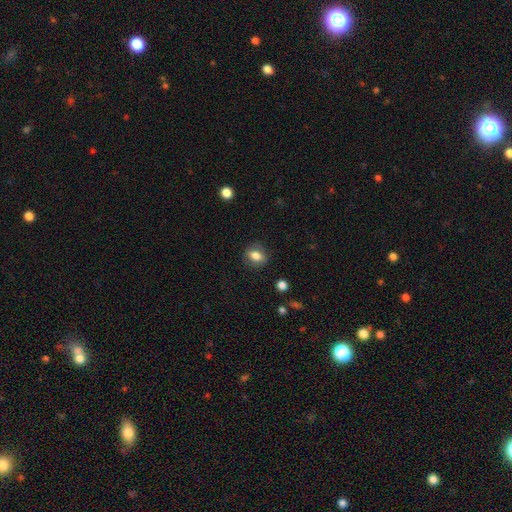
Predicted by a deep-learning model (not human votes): A smooth galaxy with no disk features (76%) that is in between round and cigar-shaped (54%). Merging: none (84%).